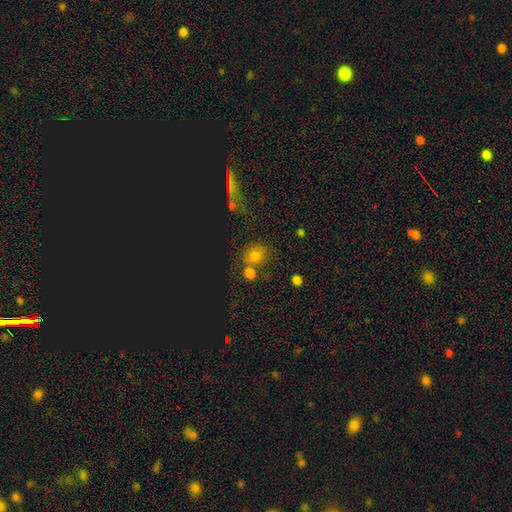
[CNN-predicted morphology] Smooth or featured? smooth (69%)
How rounded? round (78%)
Merging? none (59%)